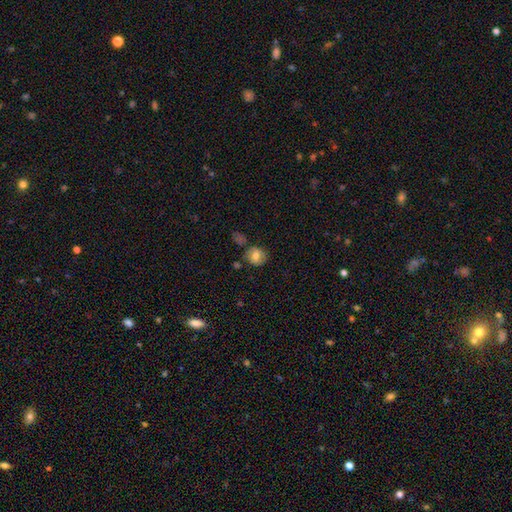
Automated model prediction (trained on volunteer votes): Smooth or featured? Predicted: smooth (p=0.72). How rounded? Predicted: round (p=0.73). Merging? Predicted: none (p=0.71).